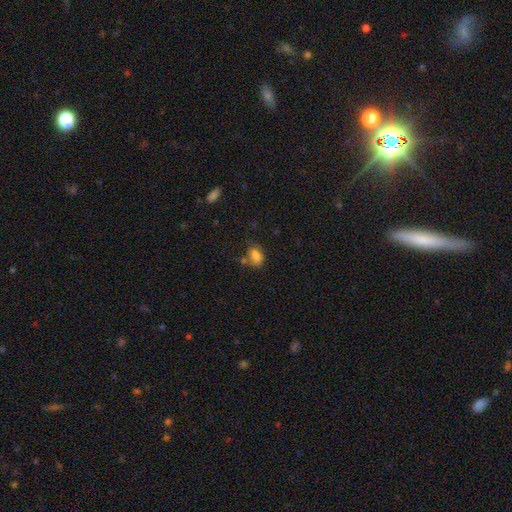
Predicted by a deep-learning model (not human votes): A smooth galaxy with no disk features (79%) that is in between round and cigar-shaped (82%).

Vote fractions:
- Smooth or featured? smooth: 79% / star or artifact: 11% / featured or disk: 9%
- How rounded? in between: 82% / round: 14% / cigar-shaped: 4%
- Merging? none: 61% / minor disturbance: 21% / merger: 11% / major disturbance: 6%